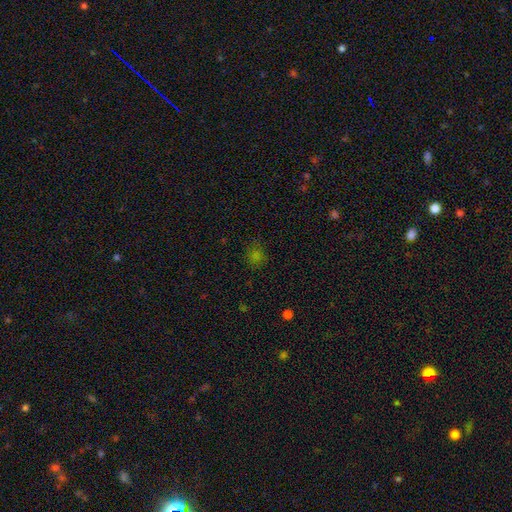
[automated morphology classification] Smooth or featured?
  - smooth: 67% *
  - star or artifact: 28%
  - featured or disk: 5%
How rounded?
  - round: 79% *
  - in between: 20%
  - cigar-shaped: 1%
Merging?
  - none: 82% *
  - minor disturbance: 12%
  - major disturbance: 4%
  - merger: 2%